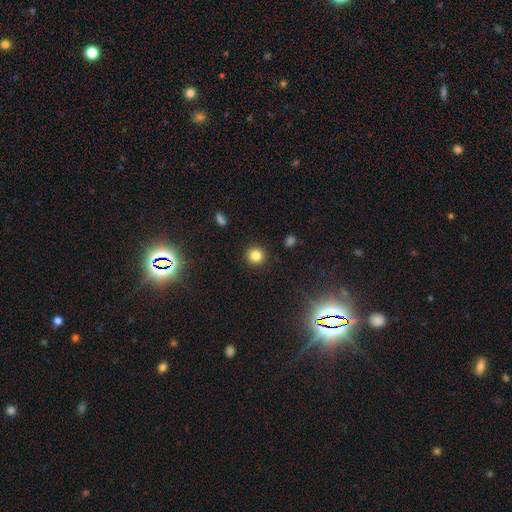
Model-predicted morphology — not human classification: This is clearly a smooth galaxy (81%). How rounded: clearly round (93%). Merging: clearly none (91%).